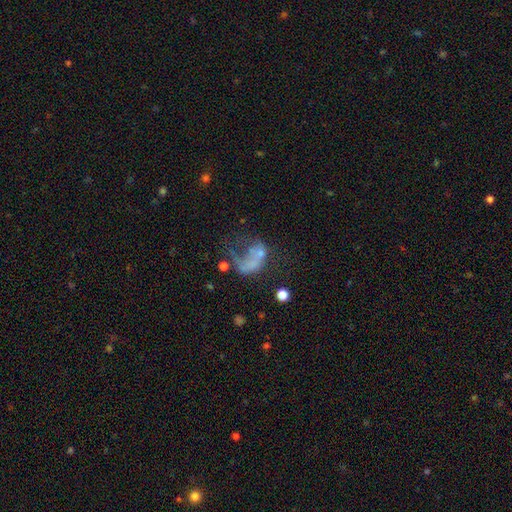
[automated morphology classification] Smooth or featured: featured or disk — 47% (smooth — 37%)
Merging: major disturbance — 50% (none — 19%)